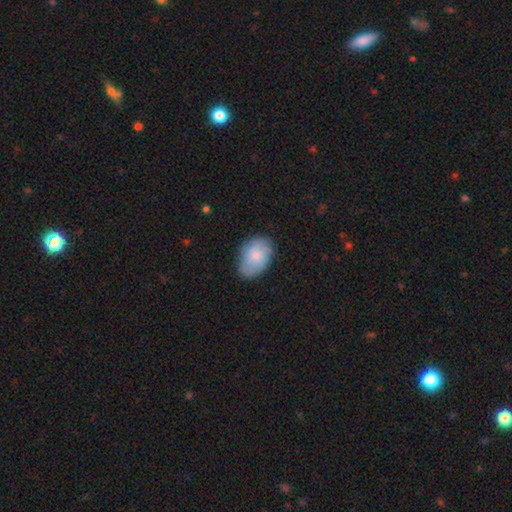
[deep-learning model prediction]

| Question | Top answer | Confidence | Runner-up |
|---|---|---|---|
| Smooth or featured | smooth | 75% | featured or disk (18%) |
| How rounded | in between | 85% | round (14%) |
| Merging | none | 75% | minor disturbance (19%) |